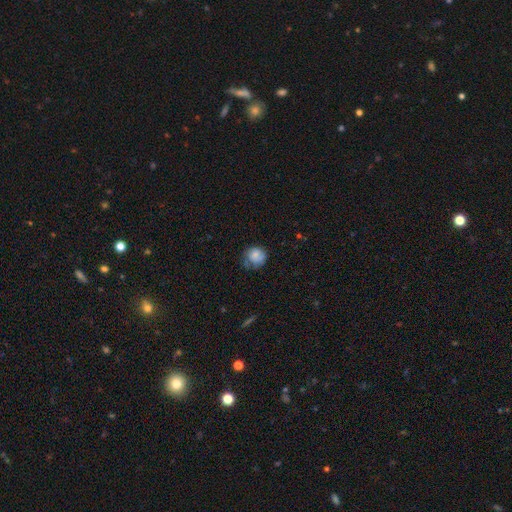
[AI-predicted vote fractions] A smooth galaxy with no disk features (72%) that is round (79%).

Vote fractions:
- Smooth or featured? smooth: 72% / featured or disk: 19% / star or artifact: 9%
- How rounded? round: 79% / in between: 20% / cigar-shaped: 1%
- Merging? none: 53% / minor disturbance: 31% / major disturbance: 13% / merger: 3%